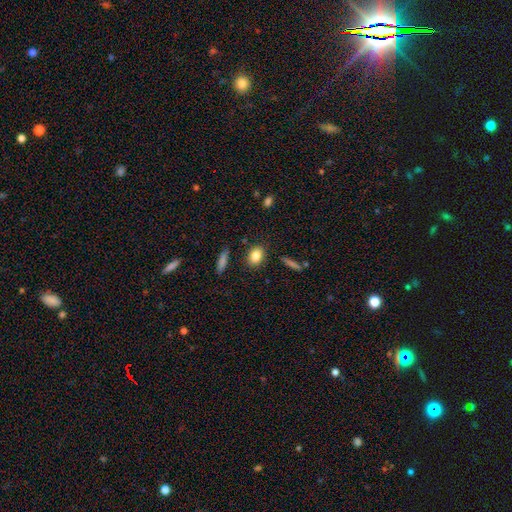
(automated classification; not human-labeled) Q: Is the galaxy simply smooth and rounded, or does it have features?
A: smooth — 83%.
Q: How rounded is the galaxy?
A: in between — 65%.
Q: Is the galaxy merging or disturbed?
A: none — 86%.